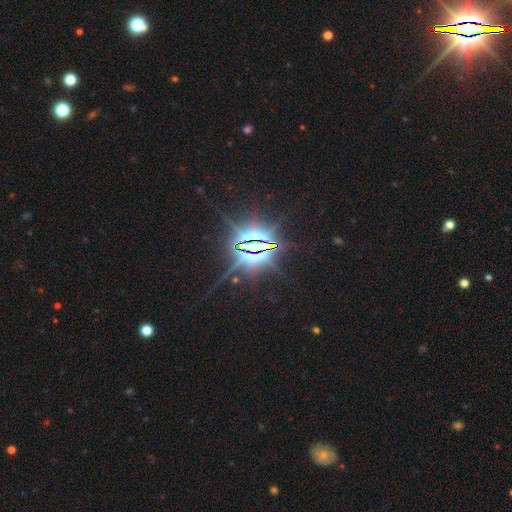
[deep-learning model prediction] Smooth or featured?
  - star or artifact: 87% *
  - smooth: 7%
  - featured or disk: 6%